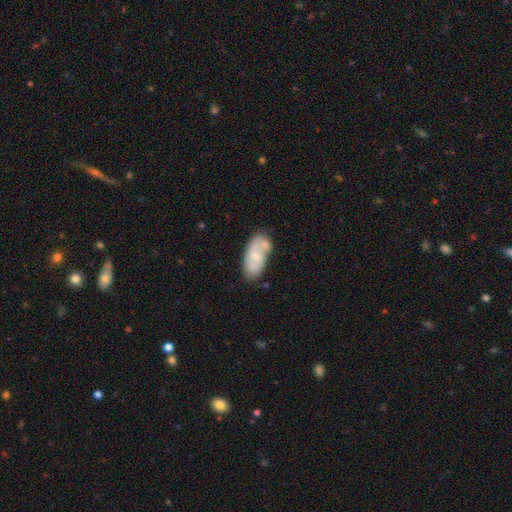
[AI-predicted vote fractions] This is possibly a smooth galaxy (51%). How rounded: clearly in between (91%). Merging: possibly none (50%).